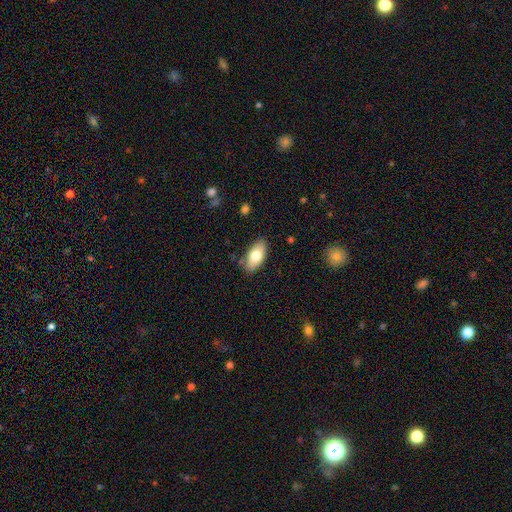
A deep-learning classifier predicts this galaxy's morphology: A smooth galaxy with no disk features (78%) that is in between round and cigar-shaped (91%).

Vote fractions:
- Smooth or featured? smooth: 78% / featured or disk: 15% / star or artifact: 6%
- How rounded? in between: 91% / cigar-shaped: 6% / round: 3%
- Merging? none: 84% / minor disturbance: 12% / major disturbance: 2% / merger: 2%